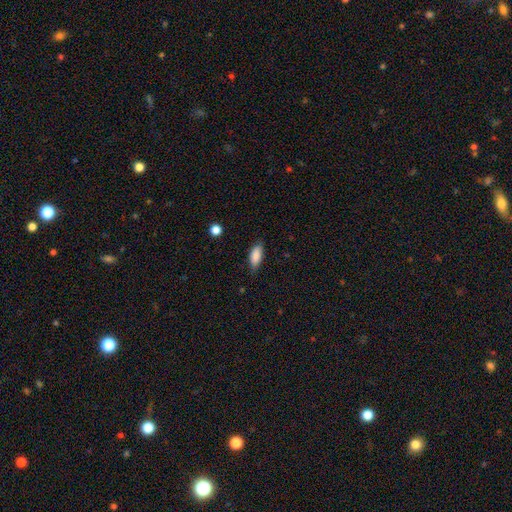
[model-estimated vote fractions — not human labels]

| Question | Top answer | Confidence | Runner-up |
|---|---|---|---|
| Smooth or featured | smooth | 87% | star or artifact (7%) |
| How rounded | in between | 81% | cigar-shaped (16%) |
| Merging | none | 79% | minor disturbance (17%) |